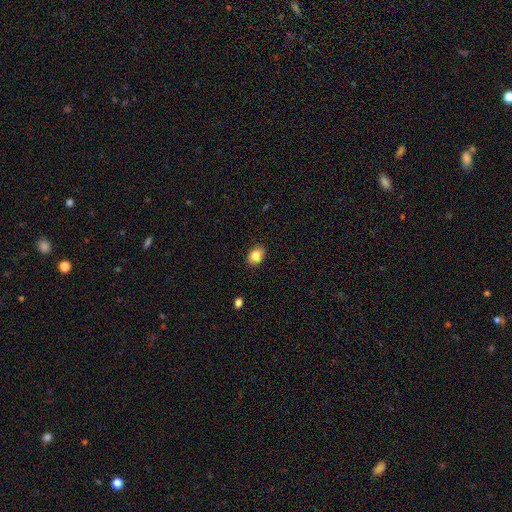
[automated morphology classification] Overall: smooth (84%). How rounded: in between (65%; round 34%). Merging: none (89%).